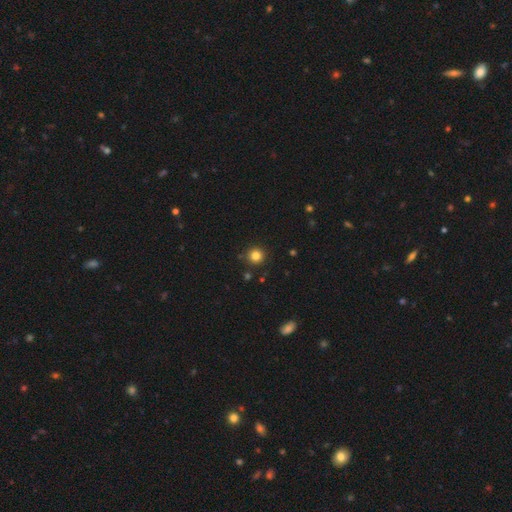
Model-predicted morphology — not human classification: The model was most divided on "smooth or featured": smooth: 83%, star or artifact: 13%, featured or disk: 5%. More confident: how rounded — round (95%); merging — none (90%).